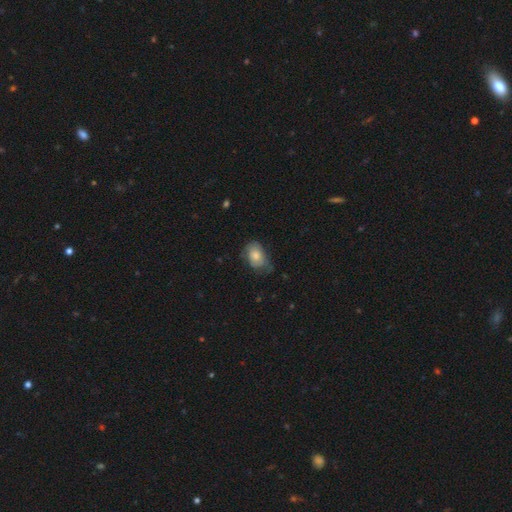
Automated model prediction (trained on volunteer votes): smooth 70%, featured or disk 22%, star or artifact 8%. Down the decision tree: how rounded — in between (81%); merging — none (44%).